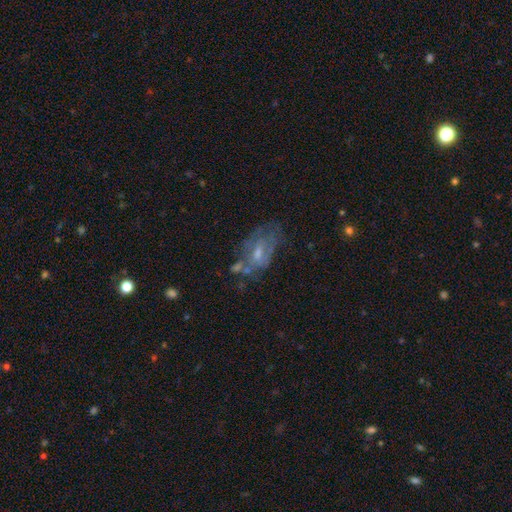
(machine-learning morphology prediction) The model was most divided on "bar": no: 53%, weak: 37%, strong: 10%. More confident: edge-on disk — no (91%); merging — none (66%); spiral arms — yes (64%); smooth or featured — featured or disk (57%); bulge size — small (56%).